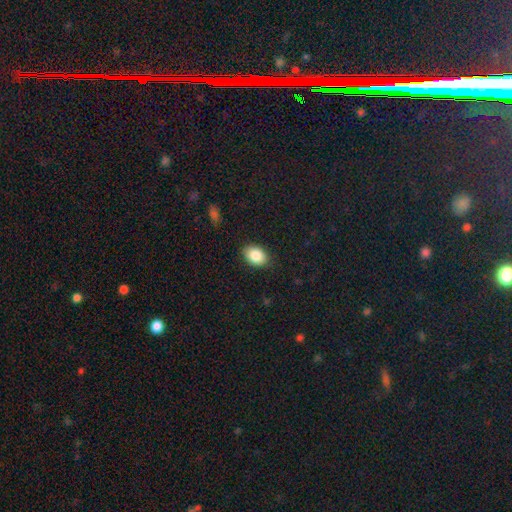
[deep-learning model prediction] Overall: smooth (87%). How rounded: in between (81%). Merging: none (86%).